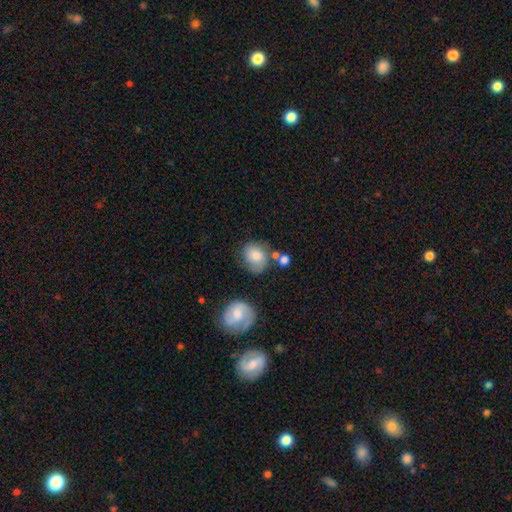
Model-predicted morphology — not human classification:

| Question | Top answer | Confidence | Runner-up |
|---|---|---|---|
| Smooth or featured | smooth | 78% | featured or disk (15%) |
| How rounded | round | 55% | in between (43%) |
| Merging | none | 55% | minor disturbance (24%) |